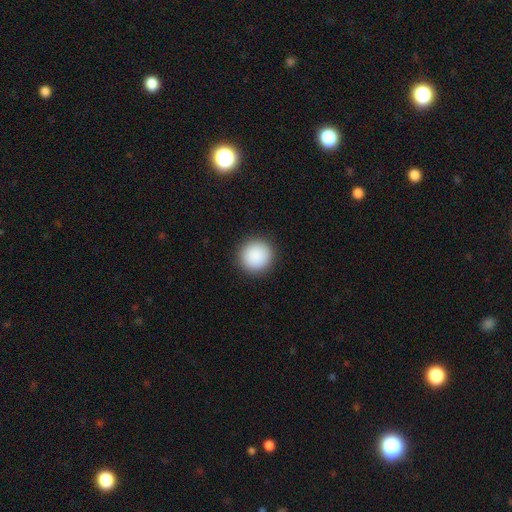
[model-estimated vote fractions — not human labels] Morphology: type=smooth (90%); roundness=round (95%); merging=none (92%).